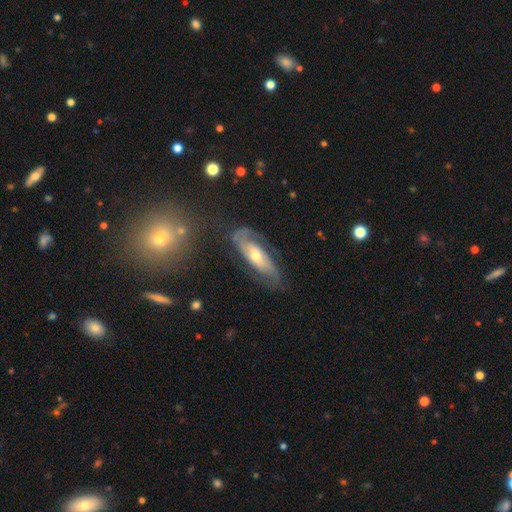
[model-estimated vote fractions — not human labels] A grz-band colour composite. It shows a featured or disk galaxy (69%) with no bar (64%), spiral arms (85%) and a moderate central bulge (56%). Merging: none (64%).